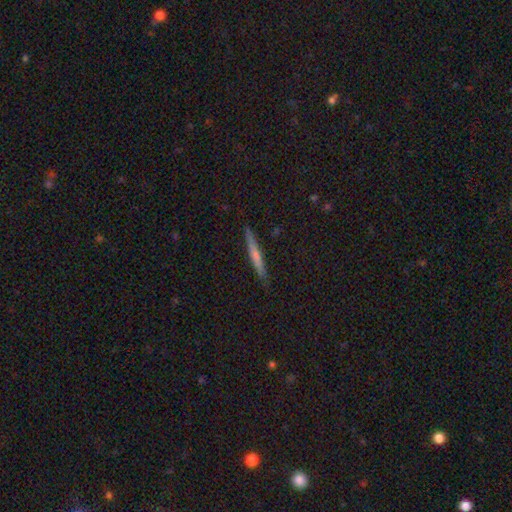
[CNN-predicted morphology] Overall: smooth (55%; featured or disk 38%). How rounded: cigar-shaped (95%). Merging: none (88%).